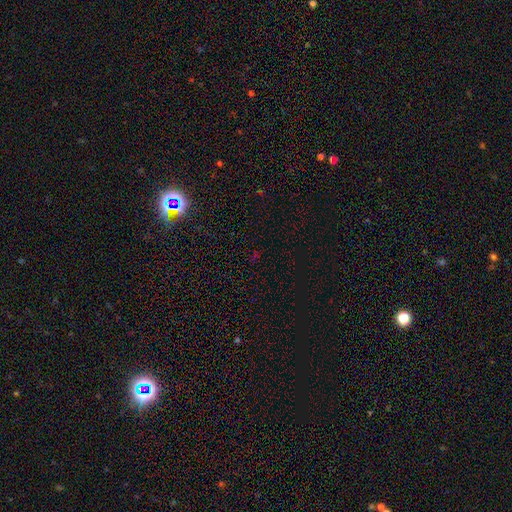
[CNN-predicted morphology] smooth_or_featured: star or artifact (p=0.69) [alt: smooth p=0.23]